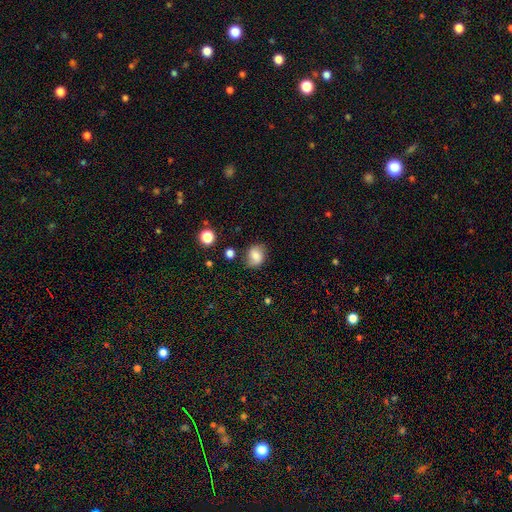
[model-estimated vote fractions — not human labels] Overall: smooth (71%). How rounded: round (51%; in between 48%). Merging: none (71%).